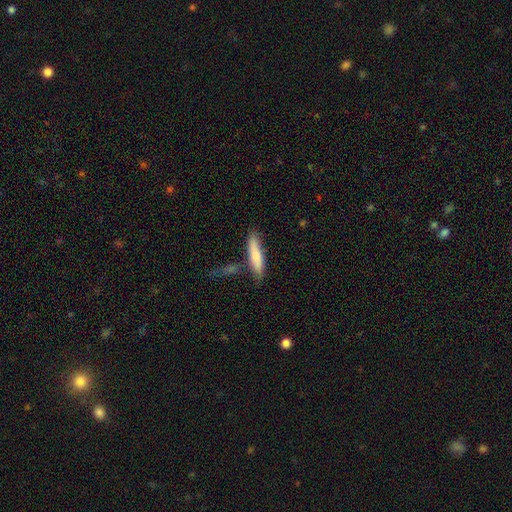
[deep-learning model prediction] Smooth or featured: smooth — 70% (featured or disk — 24%)
How rounded: cigar-shaped — 73% (in between — 25%)
Merging: none — 66% (minor disturbance — 17%)